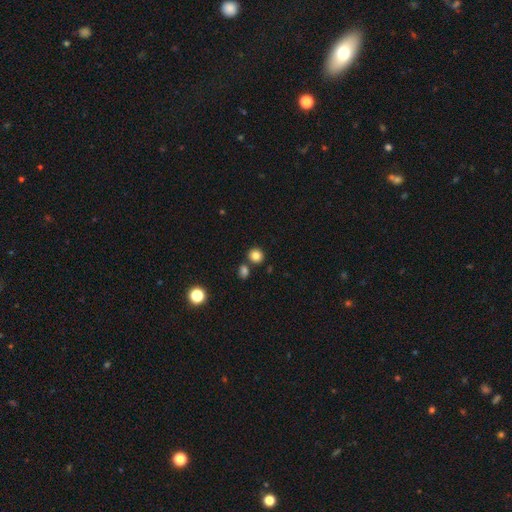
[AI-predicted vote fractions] Overall: smooth (82%). How rounded: round (83%). Merging: none (76%).